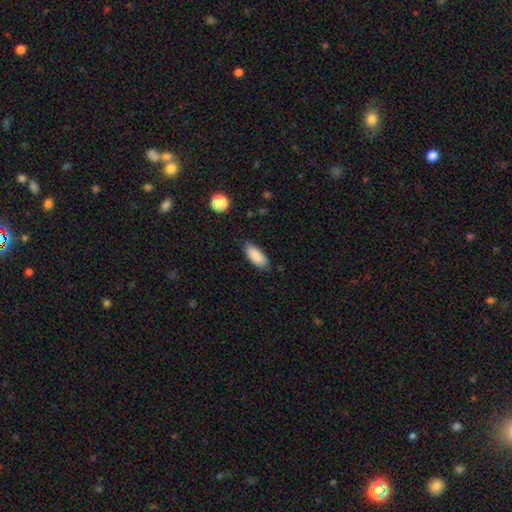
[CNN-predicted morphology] Smooth or featured: smooth — 88% (star or artifact — 7%)
How rounded: in between — 83% (cigar-shaped — 15%)
Merging: none — 78% (minor disturbance — 18%)